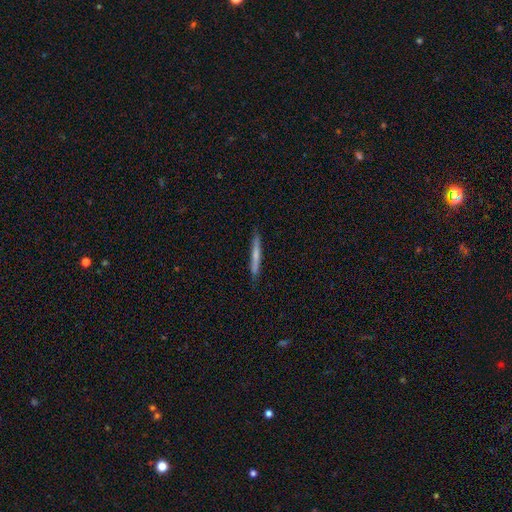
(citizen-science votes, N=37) This appears to be a featured or disk galaxy (51%) viewed edge-on (100%) with no central bulge (63%). Merging: none (94%).